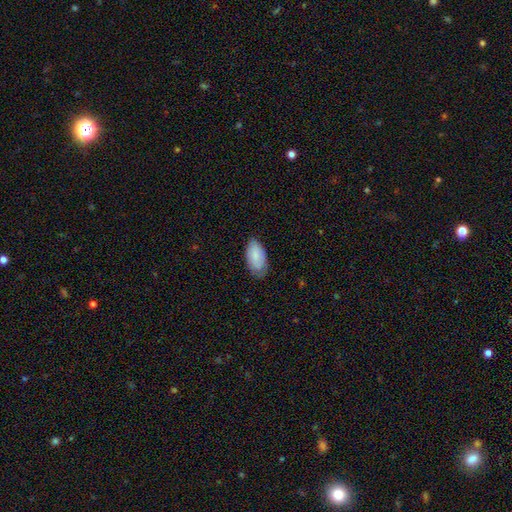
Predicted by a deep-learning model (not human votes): Q: Smooth or featured?
A: smooth (83%); runner-up: featured or disk (11%)
Q: How rounded?
A: in between (95%); runner-up: cigar-shaped (3%)
Q: Merging?
A: none (71%); runner-up: minor disturbance (24%)